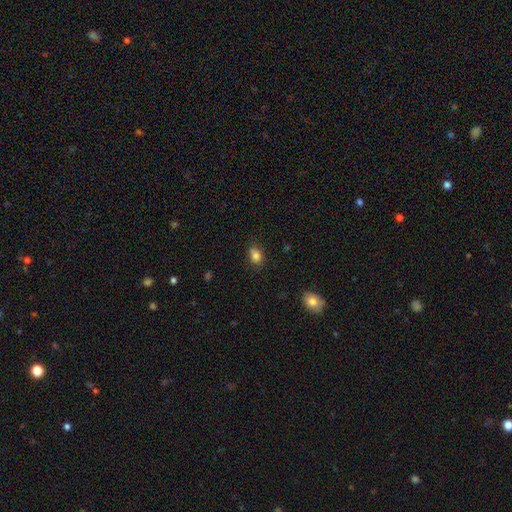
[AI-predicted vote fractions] A smooth galaxy with no disk features (83%) that is in between round and cigar-shaped (69%).

Vote fractions:
- Smooth or featured? smooth: 83% / star or artifact: 10% / featured or disk: 7%
- How rounded? in between: 69% / round: 30% / cigar-shaped: 1%
- Merging? none: 75% / minor disturbance: 18% / merger: 4% / major disturbance: 3%